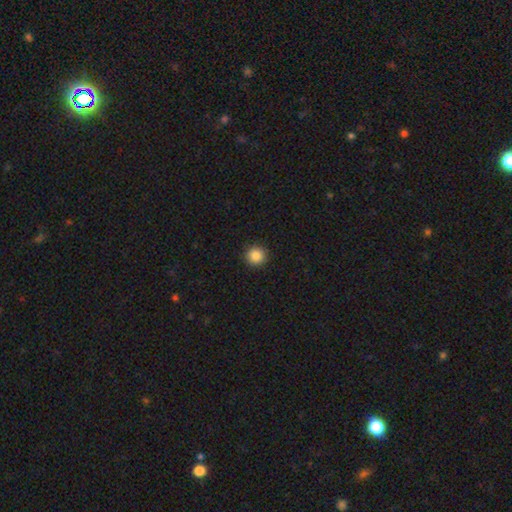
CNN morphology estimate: The model was most divided on "smooth or featured": smooth: 86%, star or artifact: 10%, featured or disk: 4%. More confident: how rounded — round (93%); merging — none (92%).